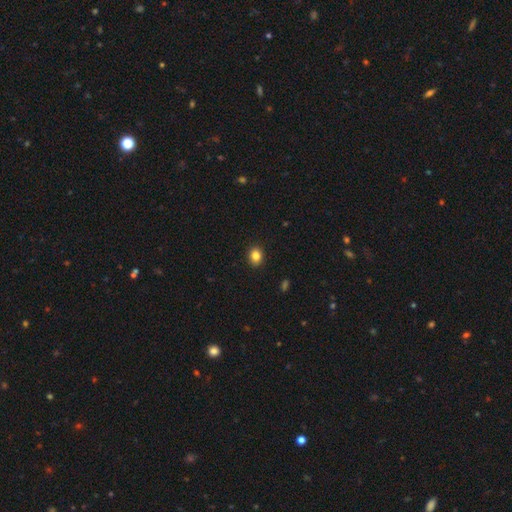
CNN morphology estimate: A smooth galaxy with no disk features (84%) that is round (58%). Merging: none (91%).